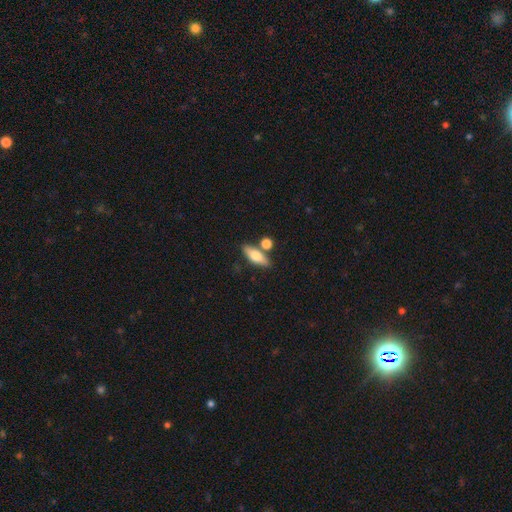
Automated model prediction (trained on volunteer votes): Smooth or featured? smooth (70%)
How rounded? in between (66%)
Merging? none (70%)